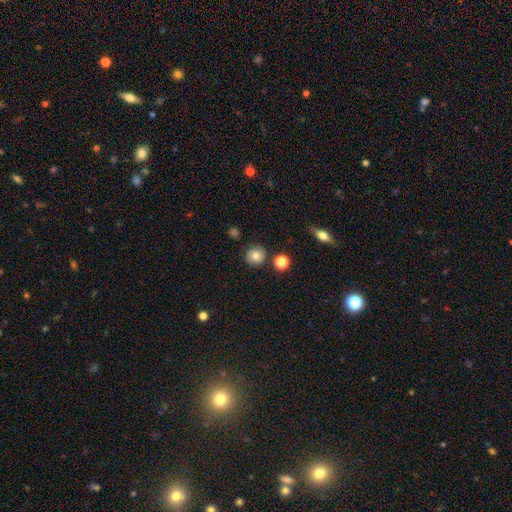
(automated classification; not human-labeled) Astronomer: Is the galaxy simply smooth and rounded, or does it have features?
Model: smooth — 79%.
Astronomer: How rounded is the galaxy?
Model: round — 90%.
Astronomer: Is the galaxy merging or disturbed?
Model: none — 83%.